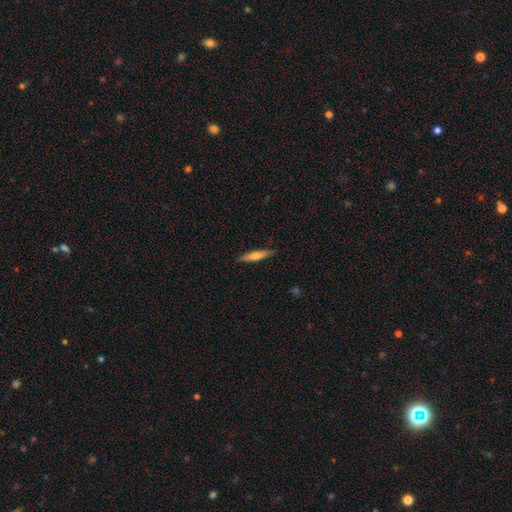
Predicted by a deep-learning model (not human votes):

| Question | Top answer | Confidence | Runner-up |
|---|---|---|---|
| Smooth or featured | smooth | 52% | featured or disk (42%) |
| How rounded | cigar-shaped | 87% | in between (11%) |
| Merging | none | 89% | minor disturbance (8%) |